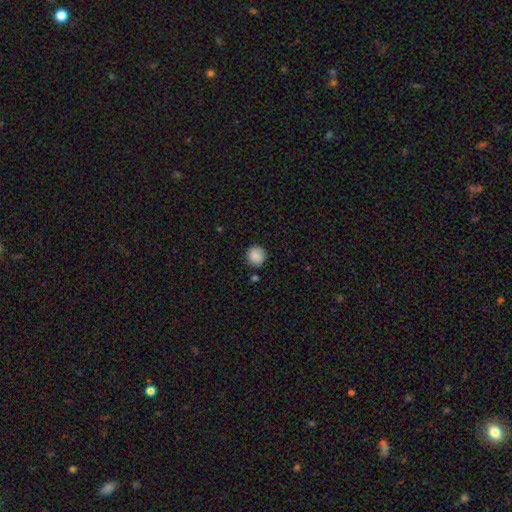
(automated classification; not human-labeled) A smooth galaxy with no disk features (88%) that is round (92%).

Vote fractions:
- Smooth or featured? smooth: 88% / star or artifact: 9% / featured or disk: 3%
- How rounded? round: 92% / in between: 7% / cigar-shaped: 1%
- Merging? none: 87% / minor disturbance: 8% / merger: 2% / major disturbance: 2%